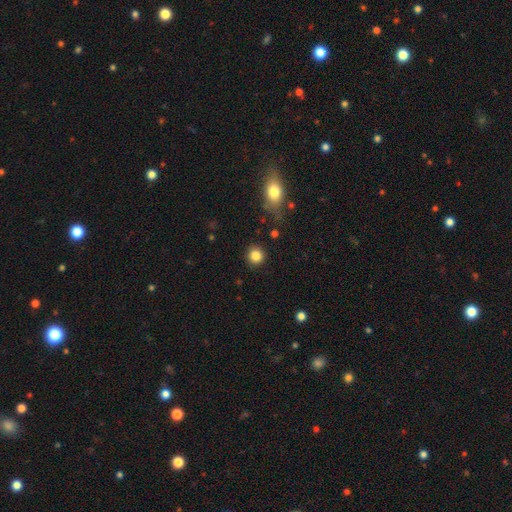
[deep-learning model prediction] Smooth or featured? smooth (85%)
How rounded? round (93%)
Merging? none (90%)